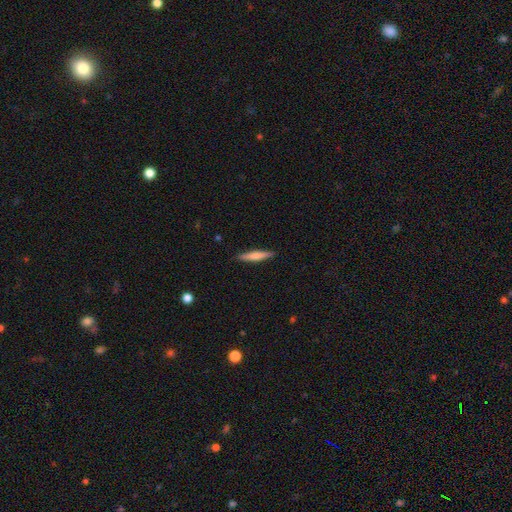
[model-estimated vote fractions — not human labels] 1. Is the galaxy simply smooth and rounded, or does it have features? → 64% smooth, 30% featured or disk, 6% star or artifact.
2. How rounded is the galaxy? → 91% cigar-shaped, 8% in between, 1% round.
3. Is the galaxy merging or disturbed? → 90% none, 8% minor disturbance, 2% major disturbance, 1% merger.